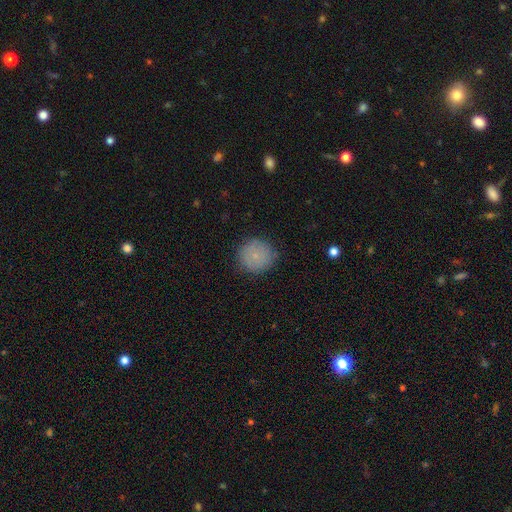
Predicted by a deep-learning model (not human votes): smooth-or-featured: smooth: 78% | featured or disk: 13% | star or artifact: 9%
  how-rounded: round: 93% | in between: 6% | cigar-shaped: 1%
  merging: none: 84% | minor disturbance: 12% | major disturbance: 3% | merger: 1%